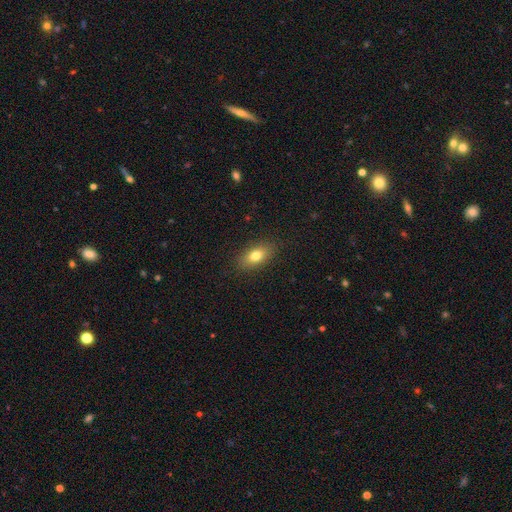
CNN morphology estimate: Q: Smooth or featured?
A: smooth (79%); runner-up: featured or disk (12%)
Q: How rounded?
A: in between (85%); runner-up: round (9%)
Q: Merging?
A: none (87%); runner-up: minor disturbance (10%)